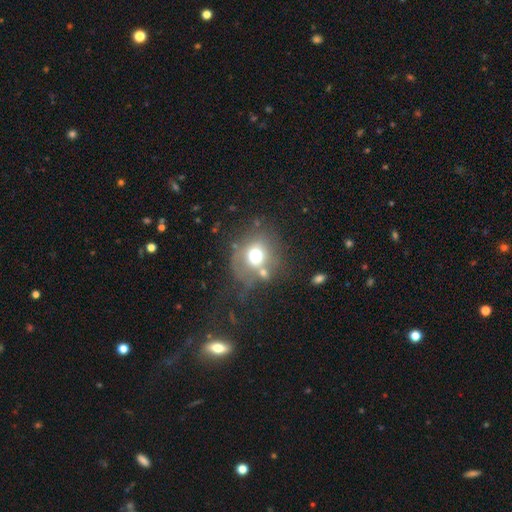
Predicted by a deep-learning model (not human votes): The model was most divided on "merging": none: 49%, minor disturbance: 20%, major disturbance: 16%, merger: 16%. More confident: how rounded — round (71%); smooth or featured — smooth (62%).